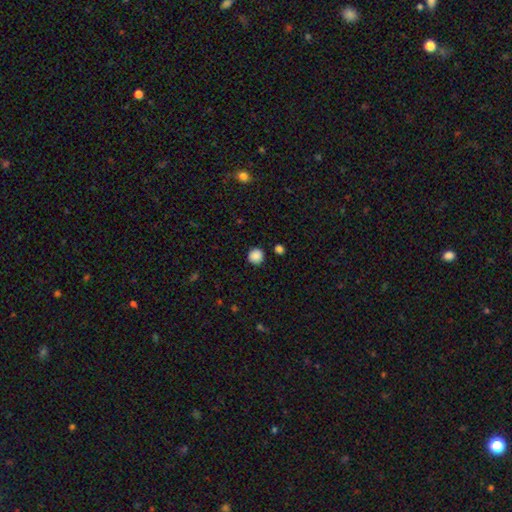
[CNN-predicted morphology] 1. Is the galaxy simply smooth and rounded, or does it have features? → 87% smooth, 10% star or artifact, 3% featured or disk.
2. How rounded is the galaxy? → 94% round, 5% in between, 1% cigar-shaped.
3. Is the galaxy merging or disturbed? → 89% none, 6% minor disturbance, 2% merger, 2% major disturbance.